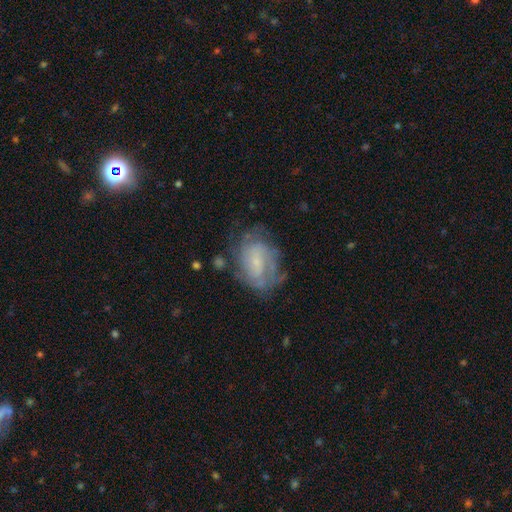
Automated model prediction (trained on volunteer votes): Smooth or featured? featured or disk (57%)
Edge-on disk? no (95%)
Bar? no (45%)
Spiral arms? yes (75%)
Bulge size? small (53%)
Merging? none (65%)